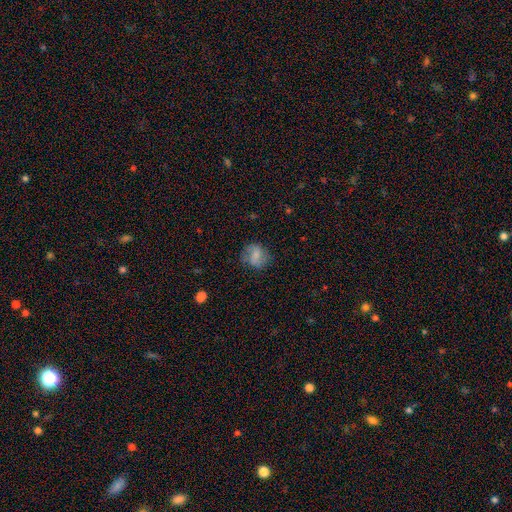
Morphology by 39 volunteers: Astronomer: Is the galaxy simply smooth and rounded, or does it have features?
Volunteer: smooth — 79%.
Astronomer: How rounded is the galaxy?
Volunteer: round — 58% (runner-up: in between, 35%).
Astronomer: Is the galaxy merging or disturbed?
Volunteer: none — 42% (runner-up: minor disturbance, 39%).